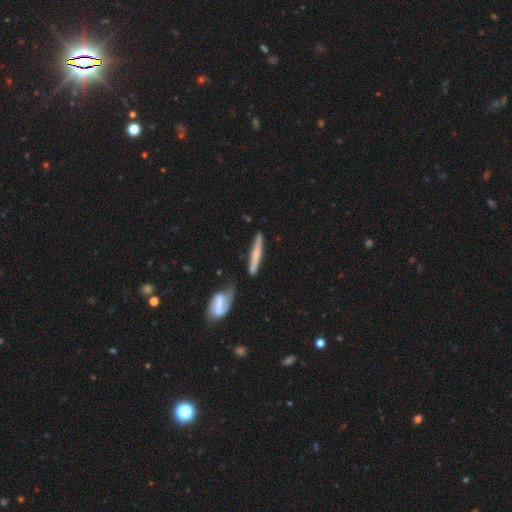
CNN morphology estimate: Q: Smooth or featured?
A: smooth (53%); runner-up: featured or disk (41%)
Q: How rounded?
A: cigar-shaped (92%); runner-up: in between (6%)
Q: Merging?
A: none (70%); runner-up: minor disturbance (15%)